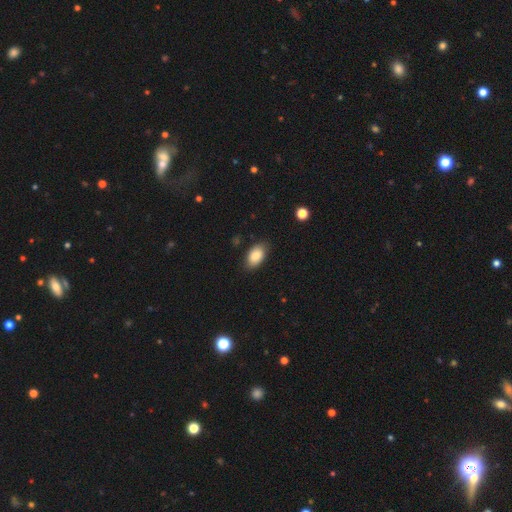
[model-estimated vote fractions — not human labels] smooth 86%, featured or disk 7%, star or artifact 7%. Down the decision tree: how rounded — in between (93%); merging — none (83%).